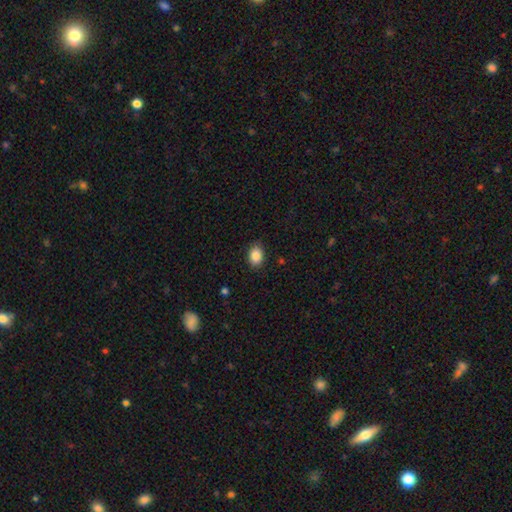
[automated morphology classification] Smooth or featured? Predicted: smooth (p=0.87). How rounded? Predicted: in between (p=0.76). Merging? Predicted: none (p=0.86).